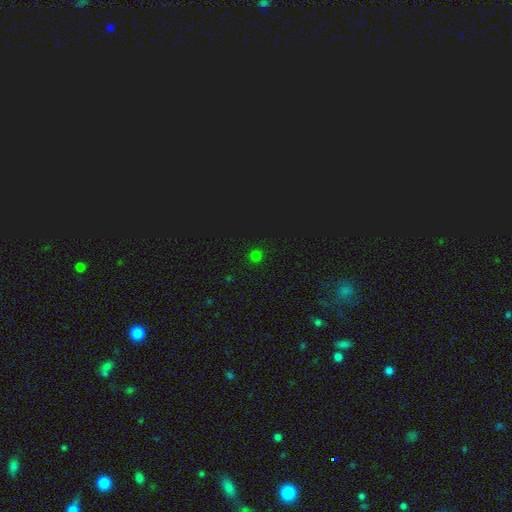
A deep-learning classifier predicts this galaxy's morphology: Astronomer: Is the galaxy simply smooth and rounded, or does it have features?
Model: smooth — 72%.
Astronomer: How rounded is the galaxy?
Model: round — 94%.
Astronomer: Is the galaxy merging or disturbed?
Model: none — 92%.